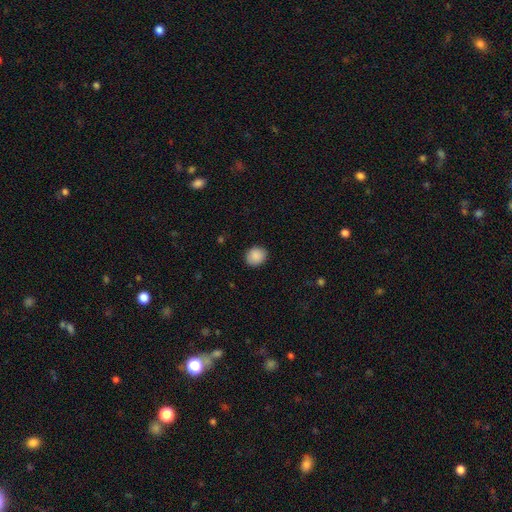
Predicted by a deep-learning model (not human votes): Morphology: type=smooth (89%); roundness=round (73%); merging=none (88%).